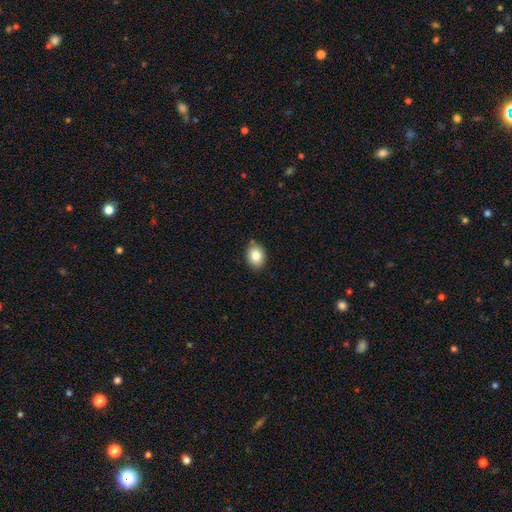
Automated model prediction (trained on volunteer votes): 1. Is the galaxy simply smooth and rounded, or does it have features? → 83% smooth, 9% star or artifact, 9% featured or disk.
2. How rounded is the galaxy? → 62% in between, 37% round, 1% cigar-shaped.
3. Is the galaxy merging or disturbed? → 84% none, 12% minor disturbance, 2% major disturbance, 2% merger.